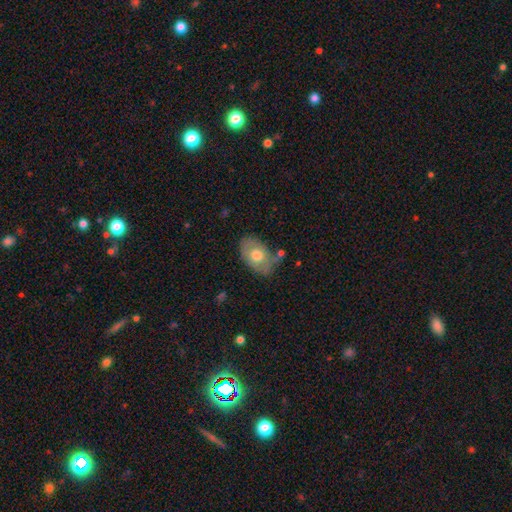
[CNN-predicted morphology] Smooth or featured: smooth — 64% (featured or disk — 29%)
How rounded: in between — 86% (round — 13%)
Merging: none — 67% (minor disturbance — 21%)